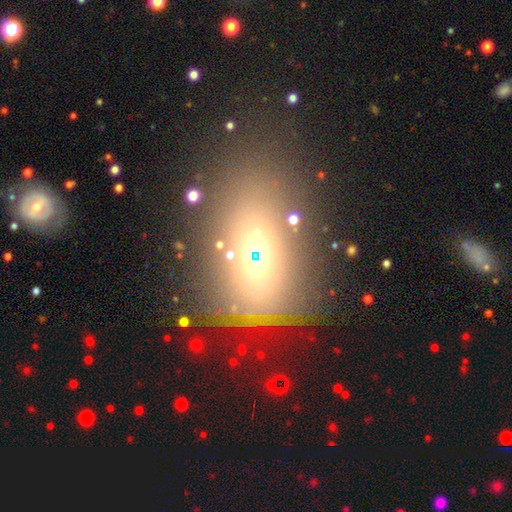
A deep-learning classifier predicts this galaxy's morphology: Smooth or featured? smooth (41%)
Merging? none (64%)